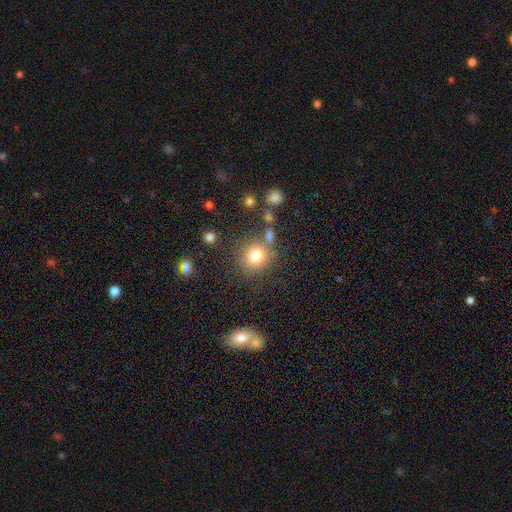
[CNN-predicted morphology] smooth-or-featured: smooth: 78% | star or artifact: 13% | featured or disk: 9%
  how-rounded: round: 88% | in between: 11% | cigar-shaped: 1%
  merging: none: 75% | minor disturbance: 11% | merger: 10% | major disturbance: 5%